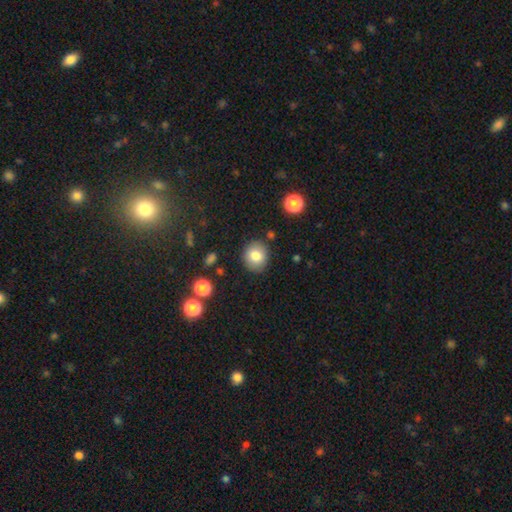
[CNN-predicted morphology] smooth 80%, featured or disk 10%, star or artifact 10%. Down the decision tree: how rounded — round (80%); merging — none (86%).